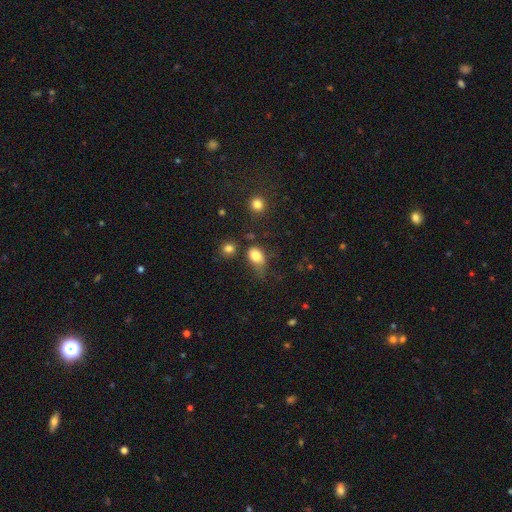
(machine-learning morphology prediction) smooth-or-featured: smooth: 81% | star or artifact: 10% | featured or disk: 9%
  how-rounded: in between: 72% | round: 27% | cigar-shaped: 2%
  merging: none: 37% (tied) | minor disturbance: 37% (tied) | major disturbance: 20% | merger: 7%